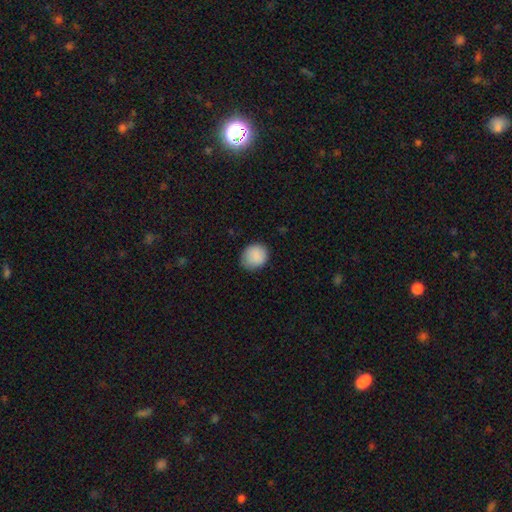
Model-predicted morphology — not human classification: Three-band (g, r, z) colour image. It shows a smooth galaxy with no disk features (89%) that is round (71%). Merging: none (79%).